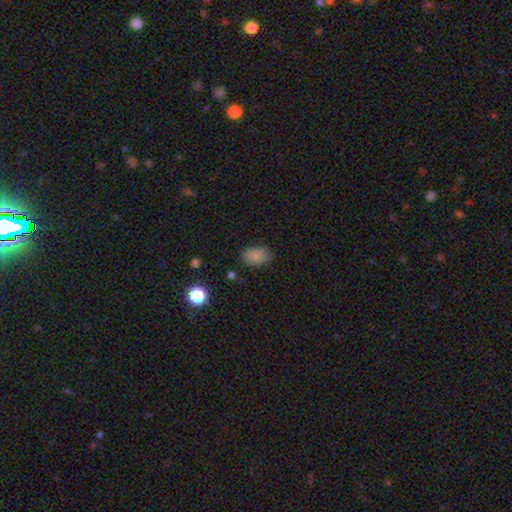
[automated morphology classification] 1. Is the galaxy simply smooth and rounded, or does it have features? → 84% smooth, 10% star or artifact, 5% featured or disk.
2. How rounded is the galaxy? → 87% in between, 12% round, 1% cigar-shaped.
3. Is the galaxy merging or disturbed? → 83% none, 12% minor disturbance, 3% major disturbance, 1% merger.